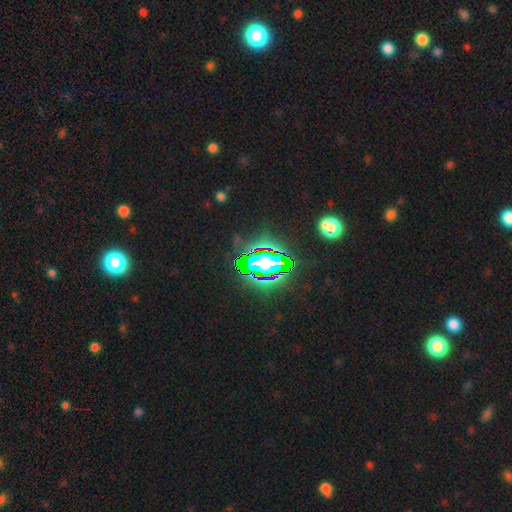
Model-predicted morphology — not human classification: type=star or artifact (75%).